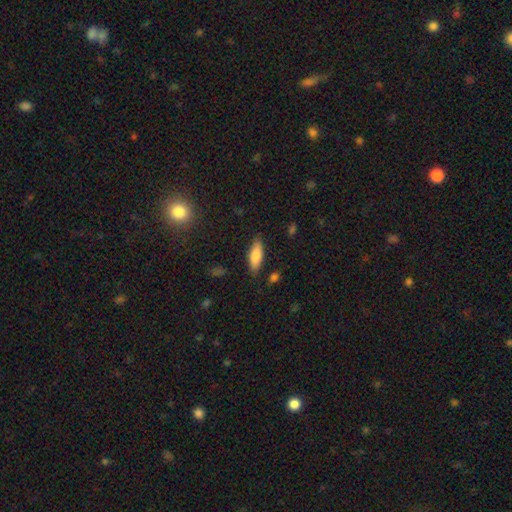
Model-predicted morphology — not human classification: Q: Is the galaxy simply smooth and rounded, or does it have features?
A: smooth — 81%.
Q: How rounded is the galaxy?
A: in between — 65%.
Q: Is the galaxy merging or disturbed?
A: none — 84%.